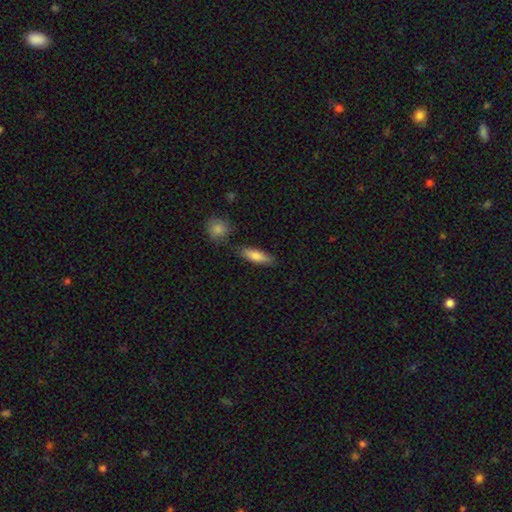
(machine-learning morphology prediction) The model was most divided on "how rounded": in between: 51%, cigar-shaped: 46%, round: 3%. More confident: merging — none (79%); smooth or featured — smooth (79%).